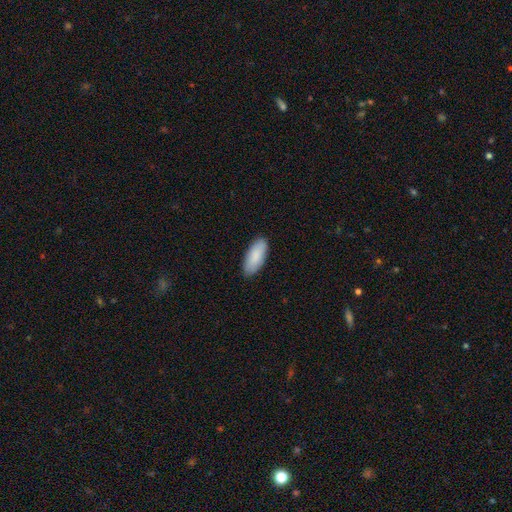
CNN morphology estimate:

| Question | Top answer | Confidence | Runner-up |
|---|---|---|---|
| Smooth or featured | smooth | 88% | featured or disk (7%) |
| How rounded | in between | 83% | cigar-shaped (15%) |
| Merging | none | 87% | minor disturbance (11%) |